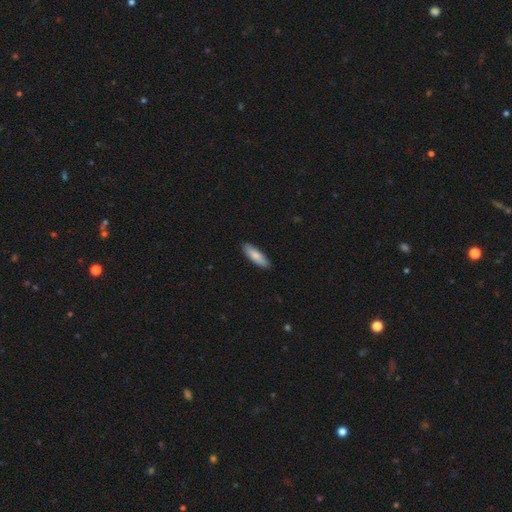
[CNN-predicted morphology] smooth 83%, featured or disk 12%, star or artifact 5%. Down the decision tree: how rounded — cigar-shaped (53%); merging — none (90%).